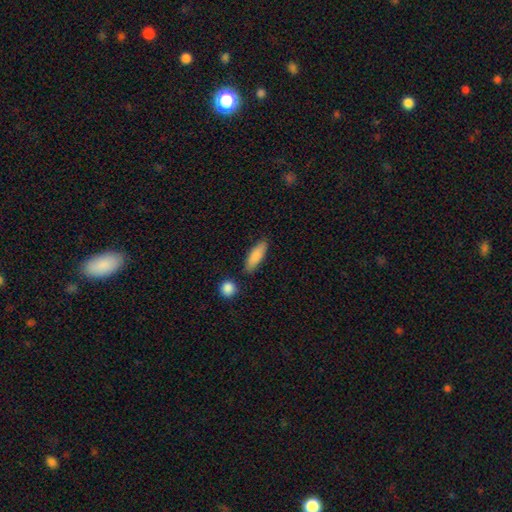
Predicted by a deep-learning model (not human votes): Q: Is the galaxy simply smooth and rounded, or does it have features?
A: smooth — 86%.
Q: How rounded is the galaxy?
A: in between — 57%.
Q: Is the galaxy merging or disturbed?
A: none — 81%.